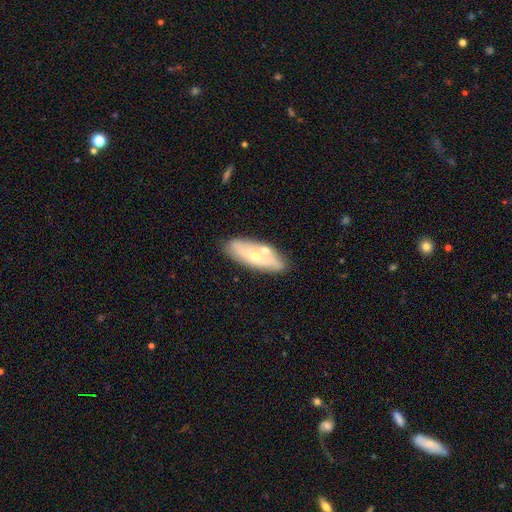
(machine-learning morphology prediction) This is possibly a featured or disk galaxy (48%). Merging: likely none (73%).